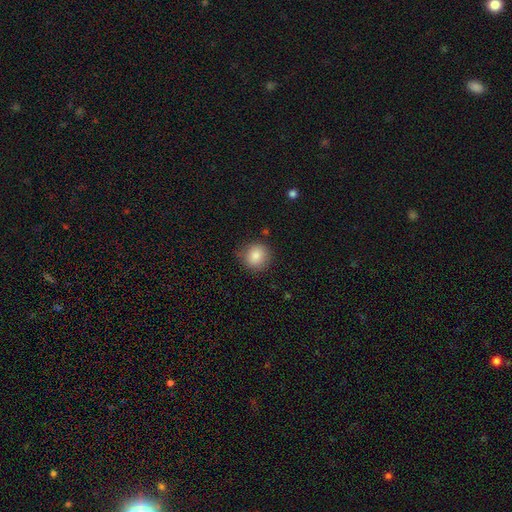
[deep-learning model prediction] Smooth or featured?
  - smooth: 85% *
  - star or artifact: 9%
  - featured or disk: 6%
How rounded?
  - round: 88% *
  - in between: 11%
  - cigar-shaped: 1%
Merging?
  - none: 82% *
  - minor disturbance: 13%
  - major disturbance: 3%
  - merger: 2%